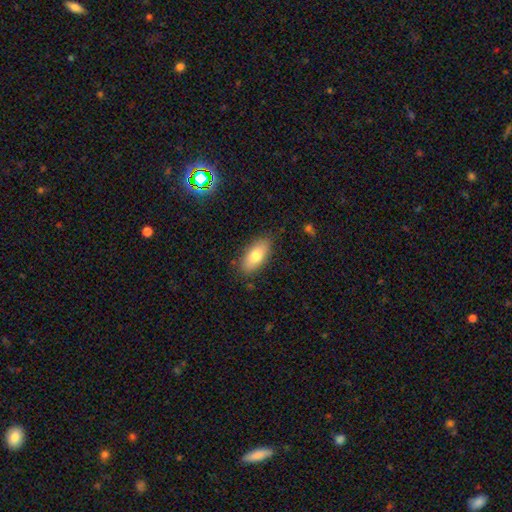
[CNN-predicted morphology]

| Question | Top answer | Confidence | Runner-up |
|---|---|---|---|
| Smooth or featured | smooth | 78% | featured or disk (15%) |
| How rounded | in between | 89% | cigar-shaped (8%) |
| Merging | none | 83% | minor disturbance (13%) |